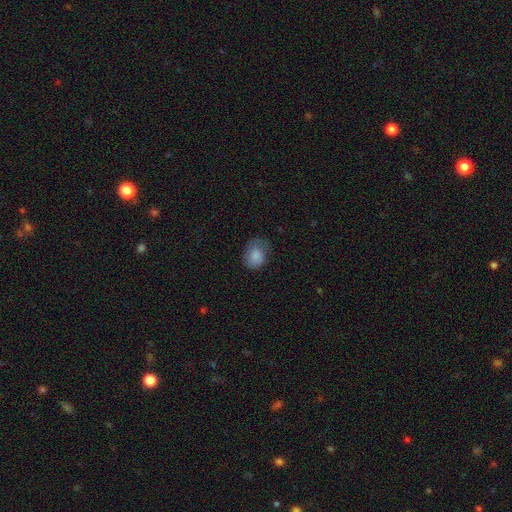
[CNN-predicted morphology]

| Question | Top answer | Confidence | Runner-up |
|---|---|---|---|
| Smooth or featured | smooth | 79% | featured or disk (13%) |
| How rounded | in between | 58% | round (41%) |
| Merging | none | 46% | minor disturbance (32%) |